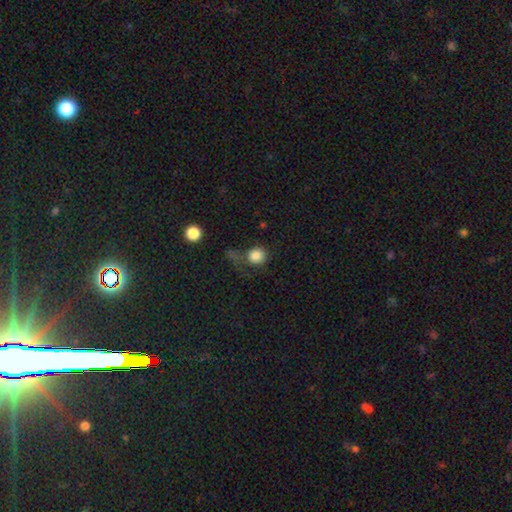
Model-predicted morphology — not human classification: smooth 83%, star or artifact 11%, featured or disk 6%. Down the decision tree: how rounded — round (88%); merging — none (54%).